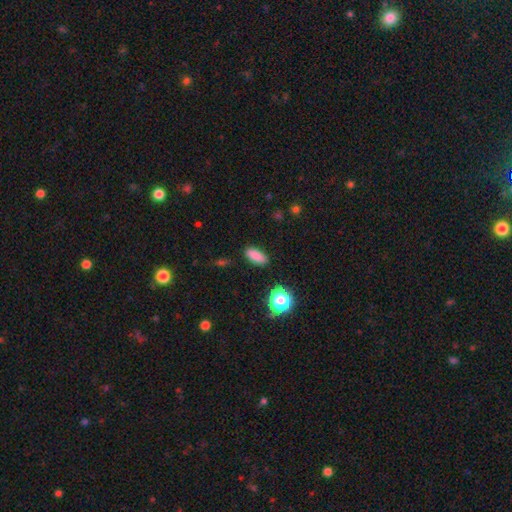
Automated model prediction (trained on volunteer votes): Smooth or featured: smooth — 83% (star or artifact — 12%)
How rounded: in between — 80% (cigar-shaped — 14%)
Merging: none — 87% (minor disturbance — 9%)